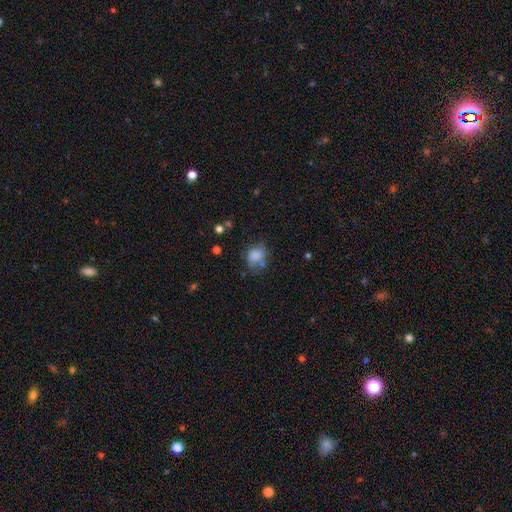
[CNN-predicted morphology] Q: Smooth or featured?
A: smooth (79%); runner-up: featured or disk (11%)
Q: How rounded?
A: round (55%); runner-up: in between (44%)
Q: Merging?
A: none (50%); runner-up: minor disturbance (28%)